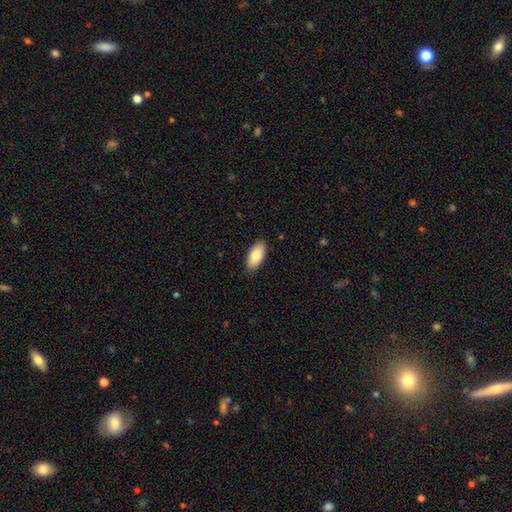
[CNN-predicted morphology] Smooth or featured? Predicted: smooth (p=0.82). How rounded? Predicted: in between (p=0.92). Merging? Predicted: none (p=0.87).